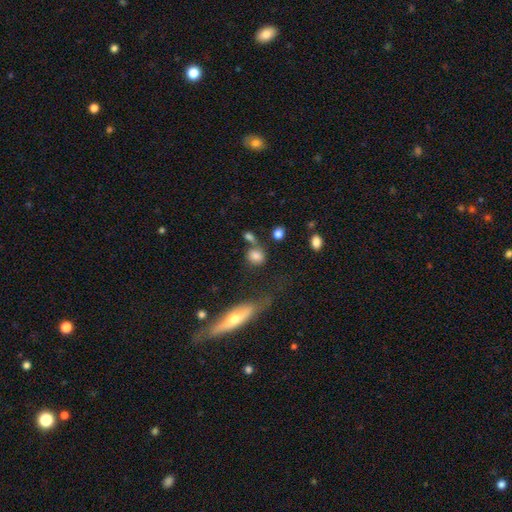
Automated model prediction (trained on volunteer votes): Smooth or featured: smooth — 79% (featured or disk — 11%)
How rounded: round — 65% (in between — 32%)
Merging: none — 49% (merger — 27%)